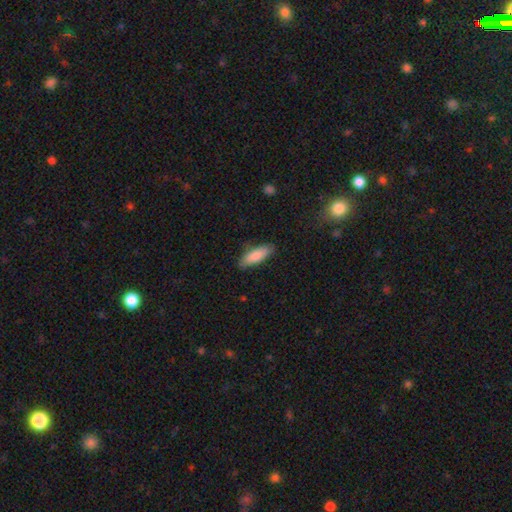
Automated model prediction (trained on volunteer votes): smooth_or_featured: smooth (p=0.81) [alt: featured or disk p=0.13]
how_rounded: in between (p=0.60) [alt: cigar-shaped p=0.39]
merging: none (p=0.82) [alt: minor disturbance p=0.14]